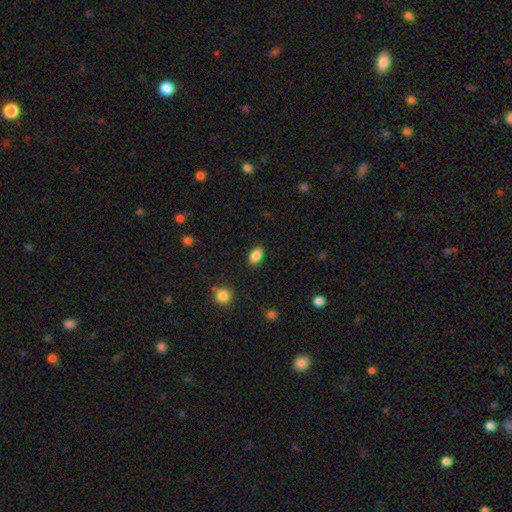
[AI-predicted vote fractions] Q: Smooth or featured?
A: smooth (86%); runner-up: star or artifact (9%)
Q: How rounded?
A: in between (89%); runner-up: round (8%)
Q: Merging?
A: none (87%); runner-up: minor disturbance (9%)